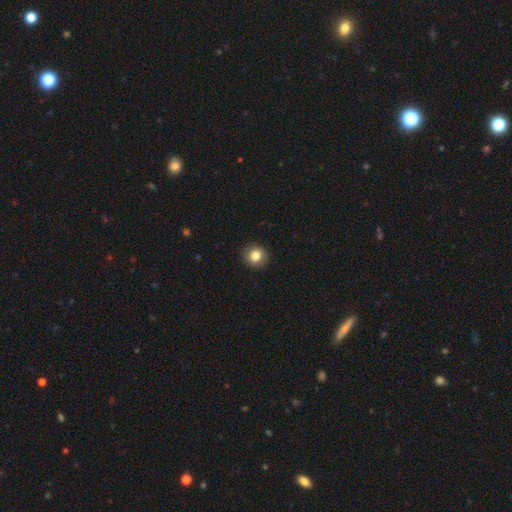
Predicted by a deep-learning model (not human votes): This appears to be a smooth galaxy with no disk features (82%) that is round (89%). Merging: none (92%).